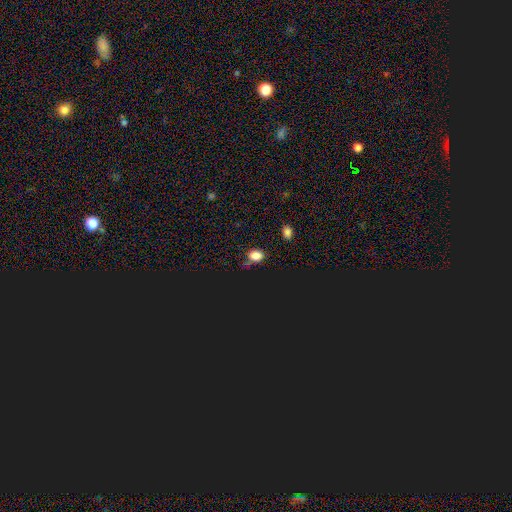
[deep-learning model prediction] Smooth or featured: smooth — 74% (star or artifact — 21%)
How rounded: in between — 68% (round — 30%)
Merging: none — 71% (minor disturbance — 19%)